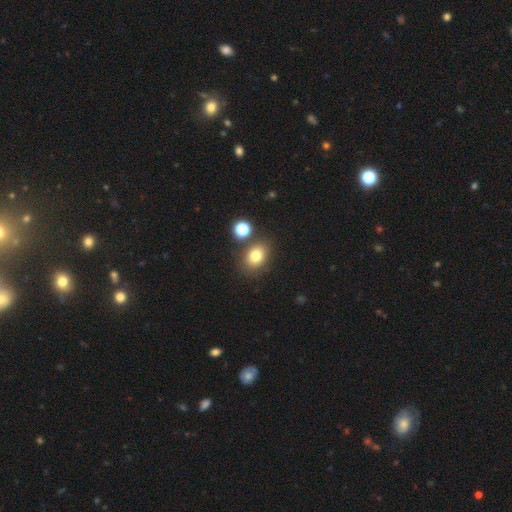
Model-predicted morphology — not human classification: smooth 77%, star or artifact 14%, featured or disk 9%. Down the decision tree: how rounded — round (51%); merging — none (79%).